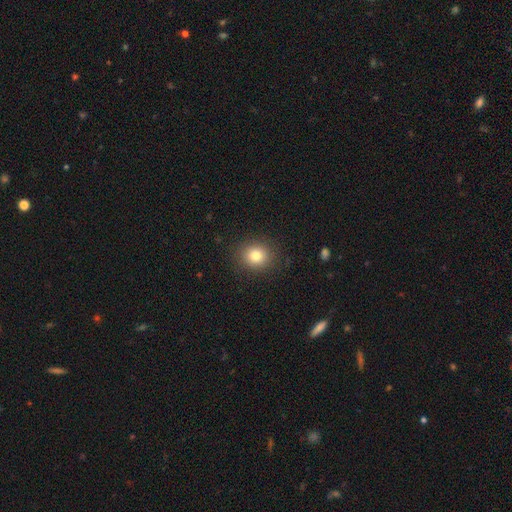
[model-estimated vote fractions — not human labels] Q: Smooth or featured?
A: smooth (80%); runner-up: star or artifact (12%)
Q: How rounded?
A: round (76%); runner-up: in between (23%)
Q: Merging?
A: none (89%); runner-up: minor disturbance (7%)